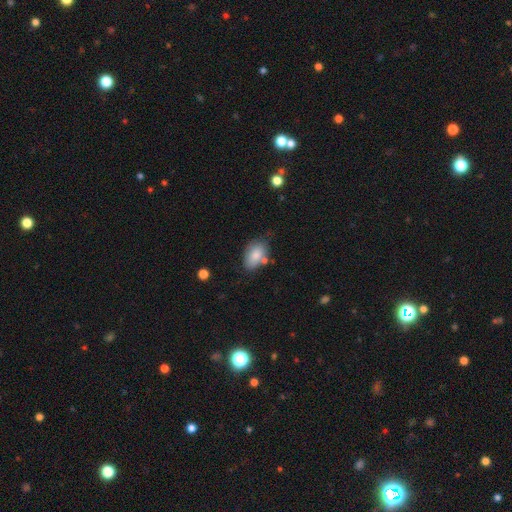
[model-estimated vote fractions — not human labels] Q: Smooth or featured?
A: smooth (81%); runner-up: featured or disk (12%)
Q: How rounded?
A: in between (91%); runner-up: round (8%)
Q: Merging?
A: none (63%); runner-up: minor disturbance (22%)